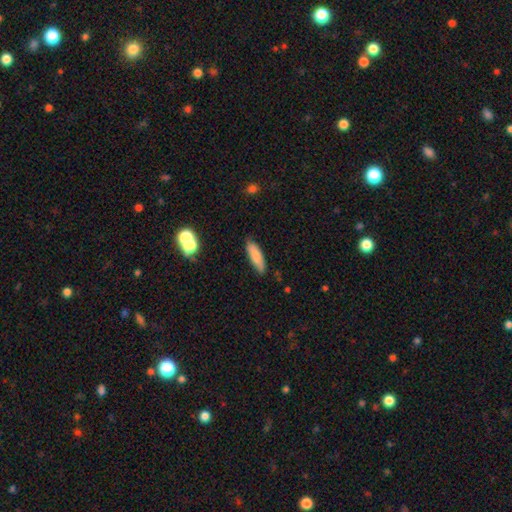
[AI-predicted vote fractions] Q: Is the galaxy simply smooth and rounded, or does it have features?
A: smooth — 81%.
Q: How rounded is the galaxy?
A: cigar-shaped — 62%.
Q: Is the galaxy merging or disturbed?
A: none — 85%.